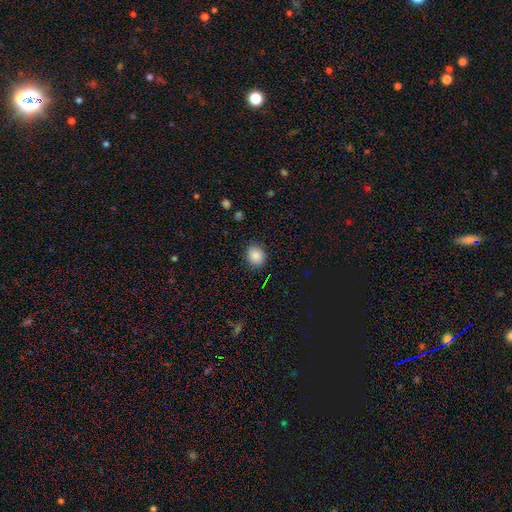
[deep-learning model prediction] Q: Smooth or featured?
A: smooth (87%); runner-up: star or artifact (9%)
Q: How rounded?
A: round (67%); runner-up: in between (32%)
Q: Merging?
A: none (86%); runner-up: minor disturbance (10%)